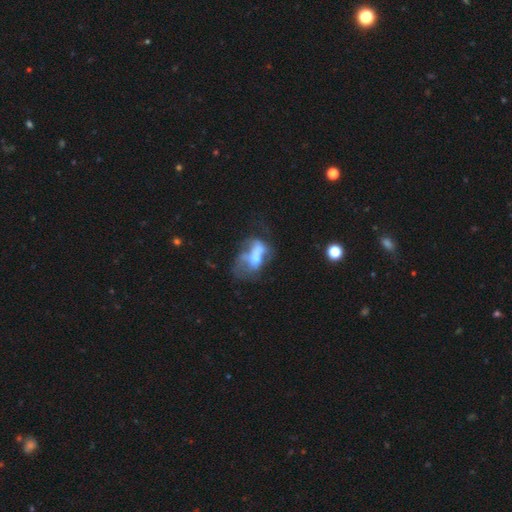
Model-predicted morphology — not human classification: type=featured or disk (49%); merging=major disturbance (40%).